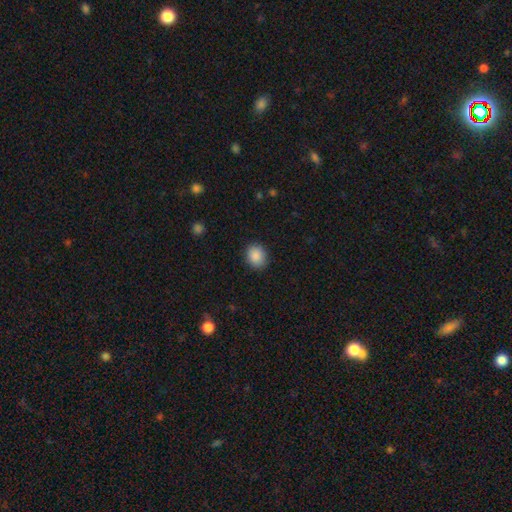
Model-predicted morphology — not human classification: Overall: smooth (89%). How rounded: round (63%; in between 36%). Merging: none (89%).